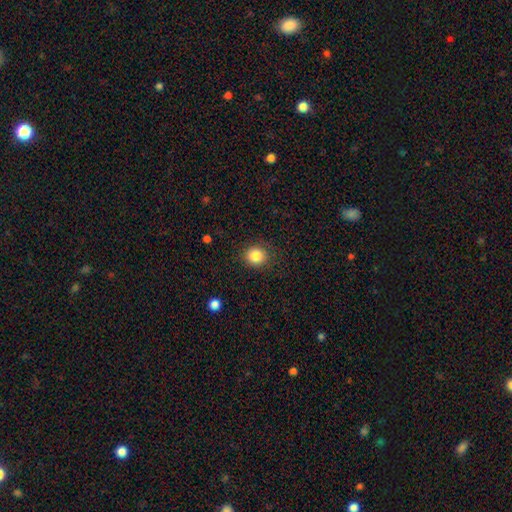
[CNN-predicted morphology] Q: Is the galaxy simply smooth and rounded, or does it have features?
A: smooth — 84%.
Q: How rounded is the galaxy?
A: round — 84%.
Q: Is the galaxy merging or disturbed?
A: none — 86%.